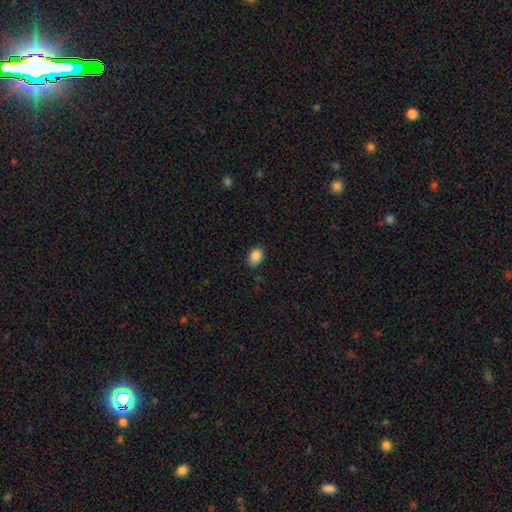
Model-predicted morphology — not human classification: smooth_or_featured: smooth (p=0.88) [alt: star or artifact p=0.08]
how_rounded: in between (p=0.79) [alt: round p=0.20]
merging: none (p=0.83) [alt: minor disturbance p=0.13]